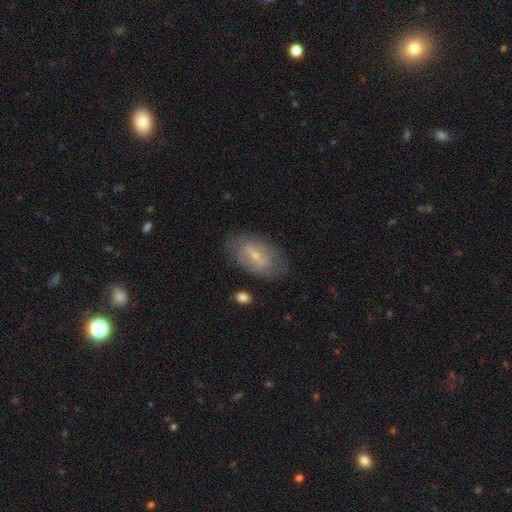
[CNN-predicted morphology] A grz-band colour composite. It shows a featured or disk galaxy (55%). Merging: none (76%).